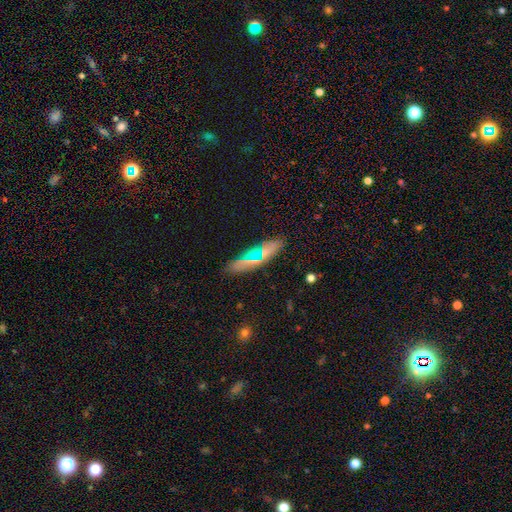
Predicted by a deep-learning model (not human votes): Morphology: type=smooth (59%); roundness=in between (59%); merging=none (85%).